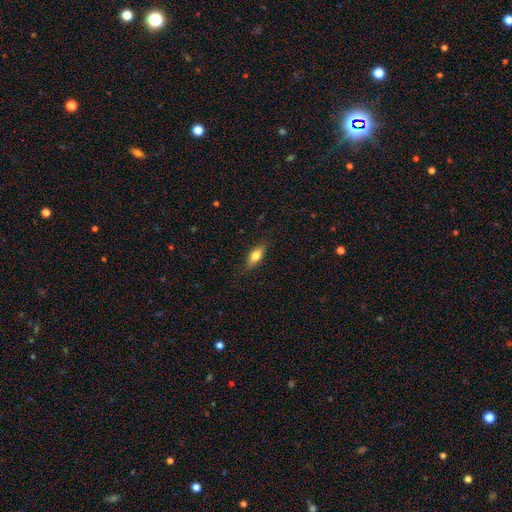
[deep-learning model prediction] The model was most divided on "how rounded": in between: 74%, cigar-shaped: 22%, round: 3%. More confident: merging — none (85%); smooth or featured — smooth (76%).